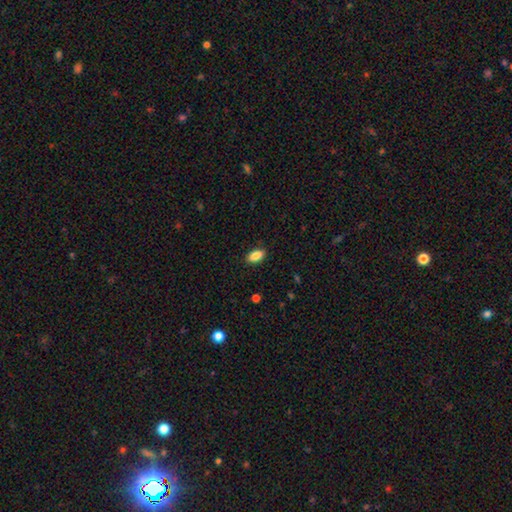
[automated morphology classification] Smooth or featured? Predicted: smooth (p=0.87). How rounded? Predicted: in between (p=0.91). Merging? Predicted: none (p=0.88).